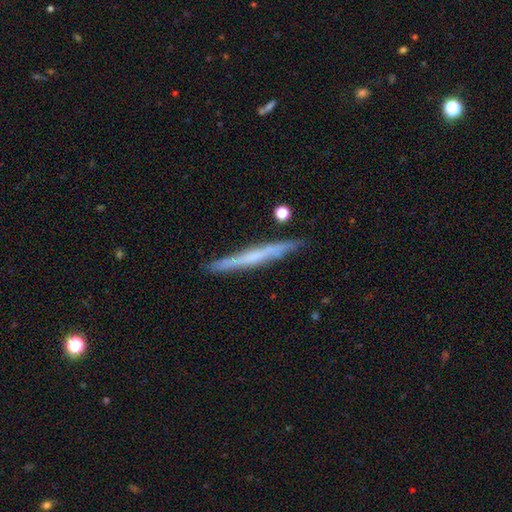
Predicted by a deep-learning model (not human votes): Smooth or featured? featured or disk (54%)
Edge-on disk? yes (95%)
Edge-on bulge? none (72%)
Merging? none (86%)